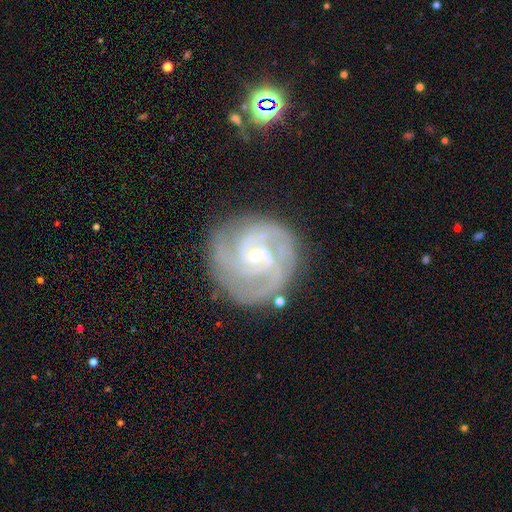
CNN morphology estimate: Smooth or featured? featured or disk (88%)
Edge-on disk? no (98%)
Bar? no (62%)
Spiral arms? yes (98%)
Spiral winding? tight (63%)
Spiral arm count? 3 (39%)
Bulge size? small (79%)
Merging? none (78%)